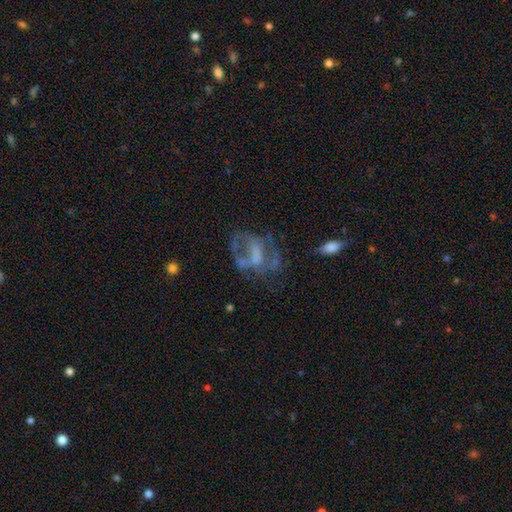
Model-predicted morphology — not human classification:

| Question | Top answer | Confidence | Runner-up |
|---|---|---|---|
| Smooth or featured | featured or disk | 63% | smooth (23%) |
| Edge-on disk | no | 96% | yes (4%) |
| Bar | no | 57% | weak (29%) |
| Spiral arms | no | 65% | yes (35%) |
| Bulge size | none | 54% | moderate (19%) |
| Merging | none | 39% | major disturbance (36%) |